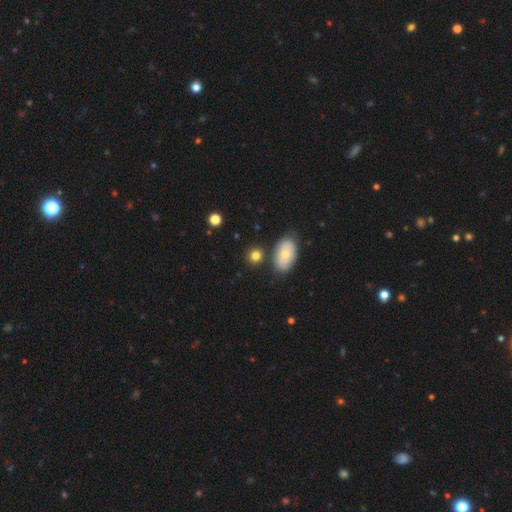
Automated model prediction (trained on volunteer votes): Overall: smooth (78%). How rounded: round (76%). Merging: none (79%).